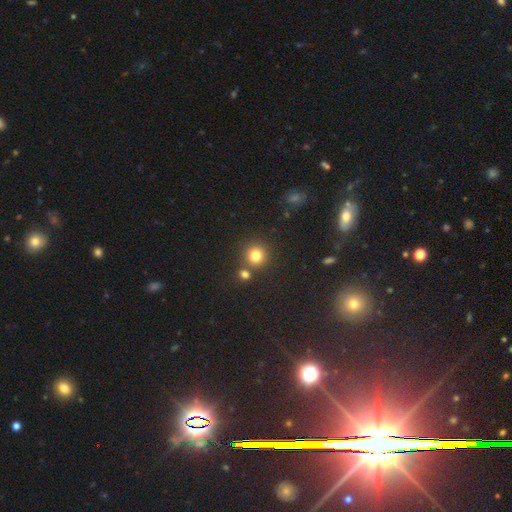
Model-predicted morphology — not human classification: Overall: smooth (79%). How rounded: round (92%). Merging: none (75%).